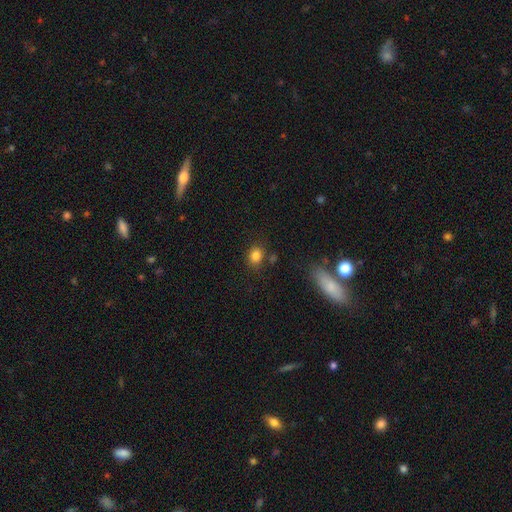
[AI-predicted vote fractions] The model was most divided on "how rounded": round: 55%, in between: 44%, cigar-shaped: 1%. More confident: smooth or featured — smooth (83%); merging — none (76%).